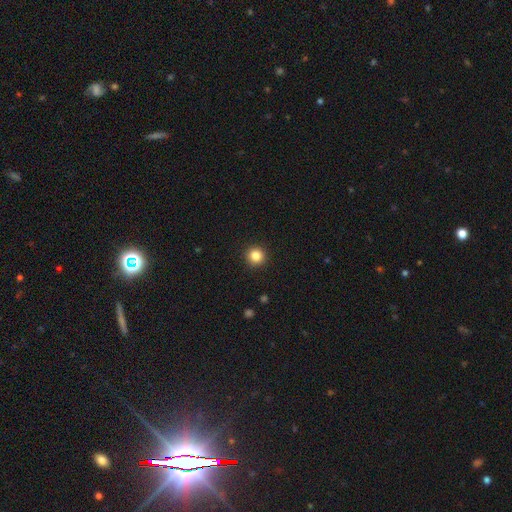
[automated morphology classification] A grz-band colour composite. It shows a smooth galaxy with no disk features (84%) that is round (95%). Merging: none (93%).